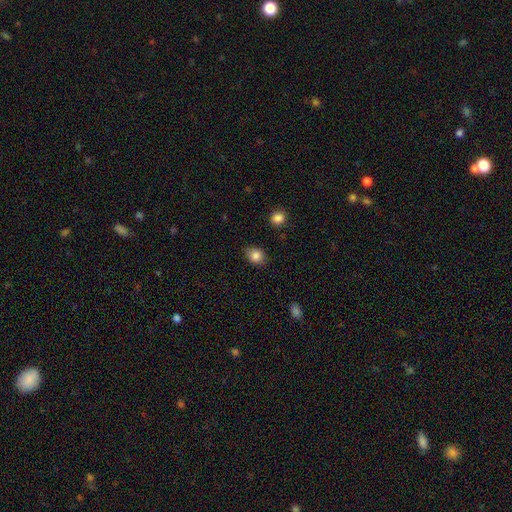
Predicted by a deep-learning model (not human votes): smooth-or-featured: smooth: 85% | star or artifact: 10% | featured or disk: 5%
  how-rounded: round: 54% | in between: 45% | cigar-shaped: 1%
  merging: none: 79% | minor disturbance: 16% | major disturbance: 3% | merger: 2%